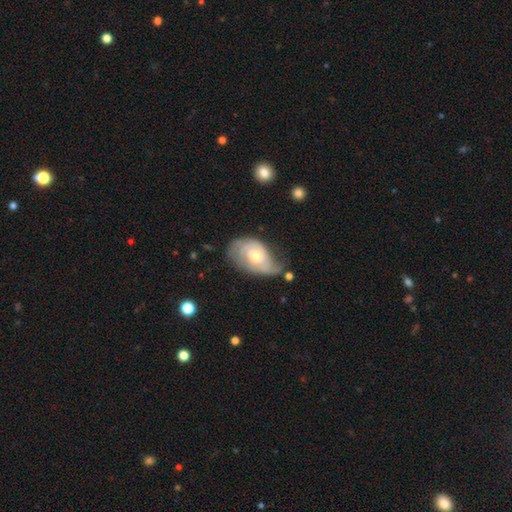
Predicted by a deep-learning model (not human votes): This appears to be a featured or disk galaxy (74%) with no bar (68%), 2 (47%) tight (53%) spiral arms (88%) and a moderate central bulge (57%). Merging: none (44%).